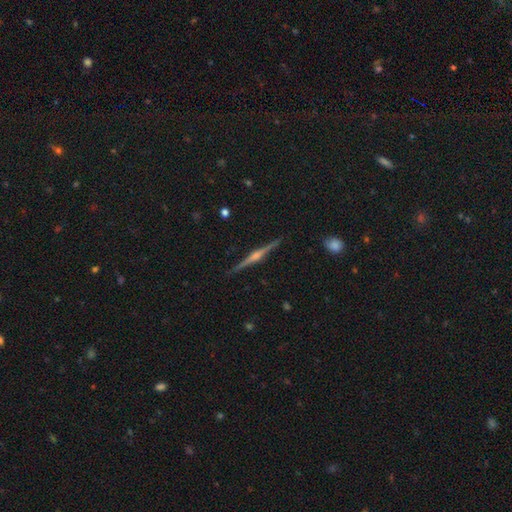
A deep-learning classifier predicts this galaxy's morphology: Smooth or featured: featured or disk — 86% (smooth — 8%)
Edge-on disk: yes — 99% (no — 1%)
Edge-on bulge: rounded — 89% (boxy — 7%)
Merging: none — 92% (minor disturbance — 6%)